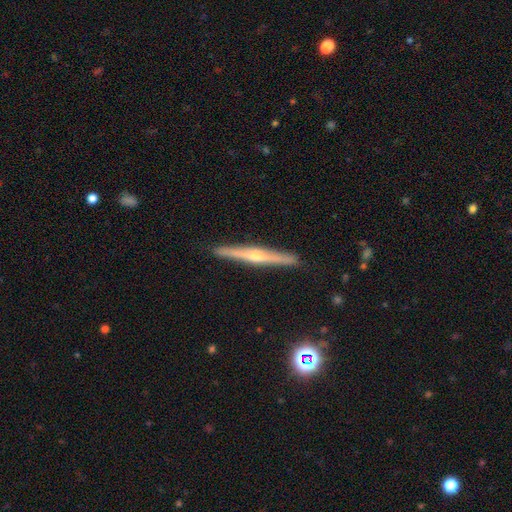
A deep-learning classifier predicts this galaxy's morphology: Smooth or featured? Predicted: featured or disk (p=0.76). Edge-on disk? Predicted: yes (p=0.98). Edge-on bulge? Predicted: rounded (p=0.83). Merging? Predicted: none (p=0.91).